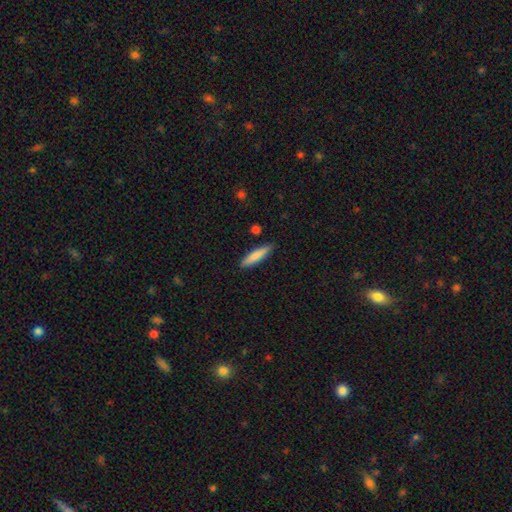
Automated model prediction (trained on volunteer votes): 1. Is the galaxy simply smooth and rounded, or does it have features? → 80% smooth, 14% featured or disk, 6% star or artifact.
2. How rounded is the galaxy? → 80% cigar-shaped, 19% in between, 1% round.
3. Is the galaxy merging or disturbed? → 87% none, 9% minor disturbance, 2% merger, 2% major disturbance.